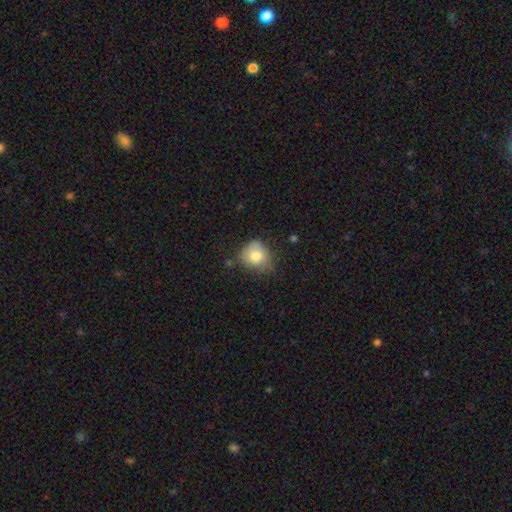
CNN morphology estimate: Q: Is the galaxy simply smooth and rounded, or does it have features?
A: smooth — 78%.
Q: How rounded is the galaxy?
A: round — 67%.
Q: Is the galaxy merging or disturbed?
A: none — 48%.